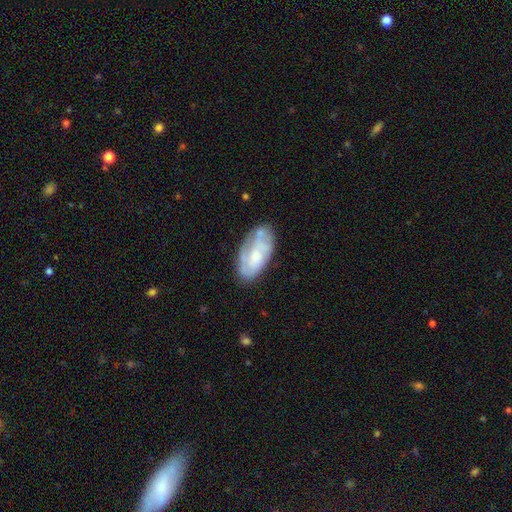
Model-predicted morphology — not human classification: type=featured or disk (60%); edge-on=no (94%); bar=no (70%); spiral arms=yes (73%); bulge=small (42%); merging=none (62%).